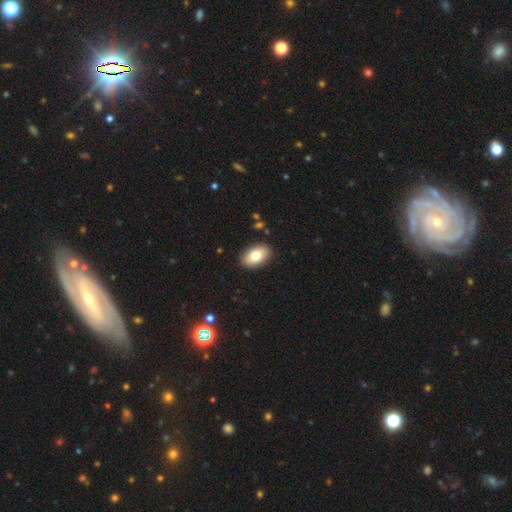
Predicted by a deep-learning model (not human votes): smooth_or_featured: smooth (p=0.79) [alt: featured or disk p=0.14]
how_rounded: in between (p=0.92) [alt: round p=0.07]
merging: none (p=0.89) [alt: minor disturbance p=0.08]